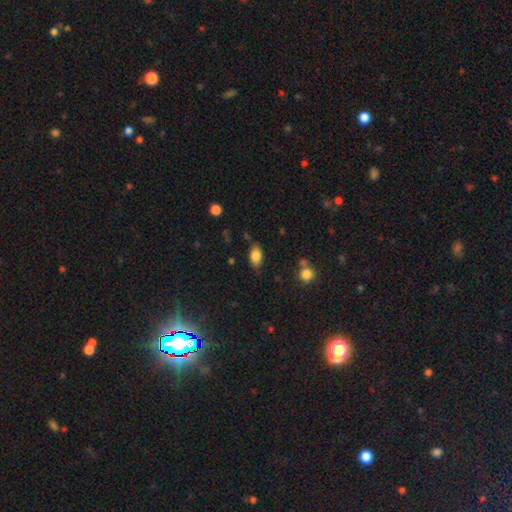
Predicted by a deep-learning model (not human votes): Smooth or featured? smooth (82%)
How rounded? in between (90%)
Merging? none (75%)